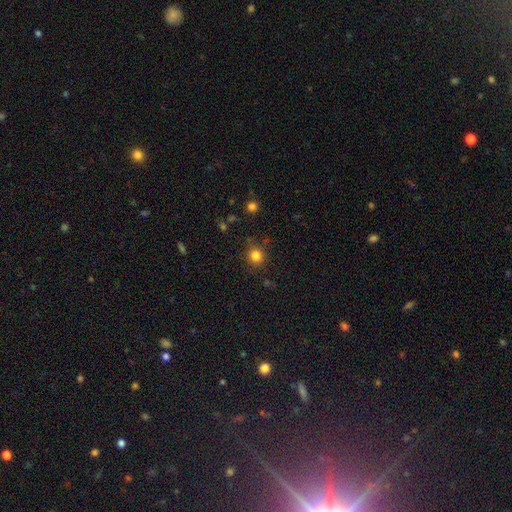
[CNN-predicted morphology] smooth-or-featured: smooth: 82% | star or artifact: 13% | featured or disk: 5%
  how-rounded: round: 89% | in between: 10% | cigar-shaped: 1%
  merging: none: 85% | minor disturbance: 10% | major disturbance: 3% | merger: 2%